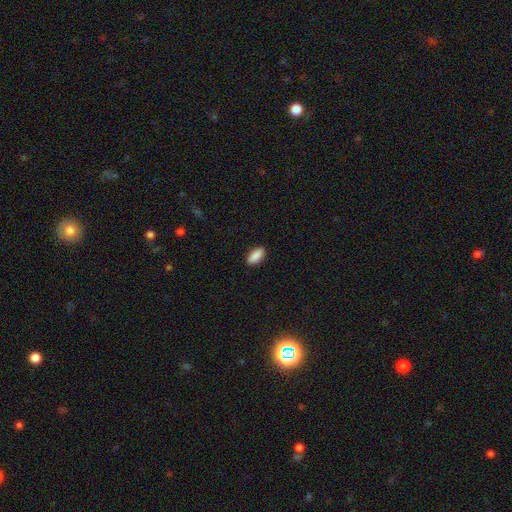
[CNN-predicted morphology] Smooth or featured?
  - smooth: 89% *
  - star or artifact: 7%
  - featured or disk: 4%
How rounded?
  - in between: 89% *
  - cigar-shaped: 8%
  - round: 2%
Merging?
  - none: 90% *
  - minor disturbance: 8%
  - major disturbance: 2%
  - merger: 1%